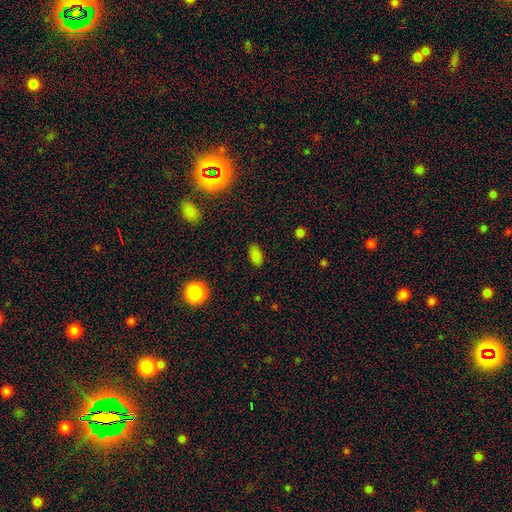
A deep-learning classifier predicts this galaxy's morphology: smooth-or-featured: smooth: 82% | star or artifact: 14% | featured or disk: 4%
  how-rounded: in between: 92% | round: 4% | cigar-shaped: 3%
  merging: none: 86% | minor disturbance: 10% | major disturbance: 3% | merger: 1%